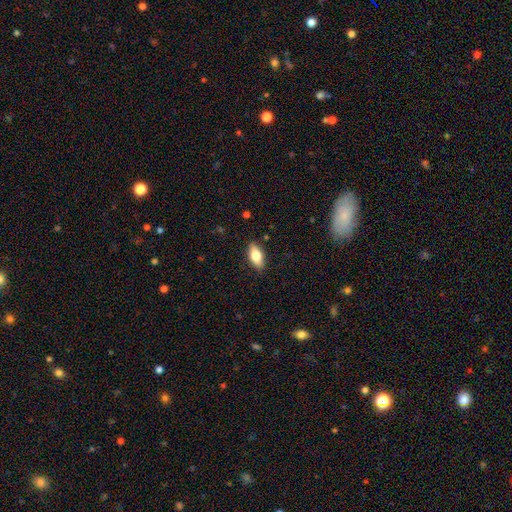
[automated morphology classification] Smooth or featured: smooth — 73% (featured or disk — 20%)
How rounded: in between — 85% (cigar-shaped — 12%)
Merging: none — 86% (minor disturbance — 10%)